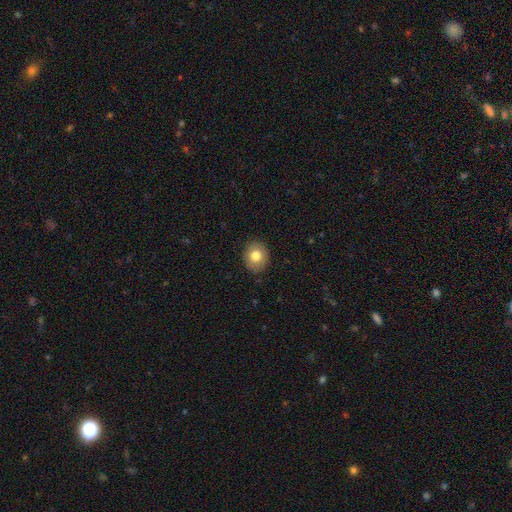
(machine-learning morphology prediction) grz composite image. It shows a smooth galaxy with no disk features (79%) that is round (67%). Merging: none (87%).